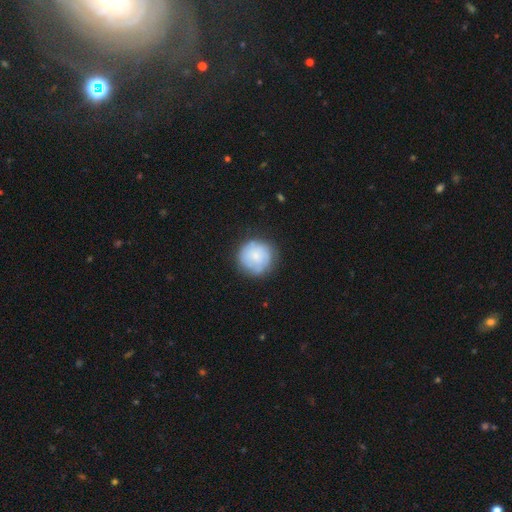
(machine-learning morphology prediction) Overall: smooth (68%). How rounded: round (93%). Merging: none (75%).